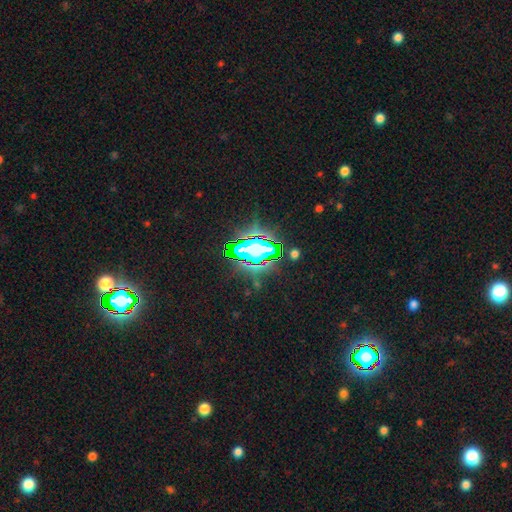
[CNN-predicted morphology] A star or artifact, not a galaxy (80%).